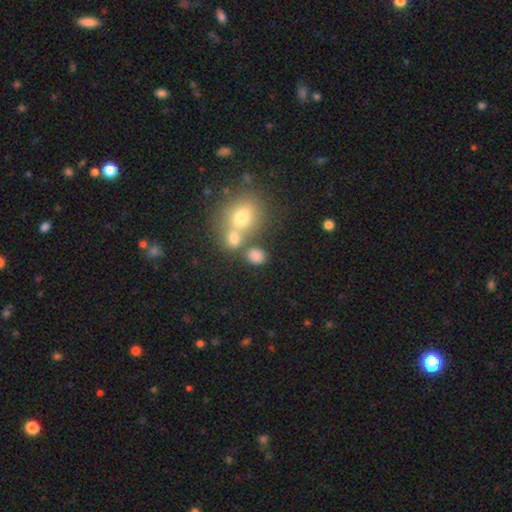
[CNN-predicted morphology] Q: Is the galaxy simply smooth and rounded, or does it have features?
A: smooth — 78%.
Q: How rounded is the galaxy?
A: in between — 49%, tied with round.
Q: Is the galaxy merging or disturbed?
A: none — 61%.